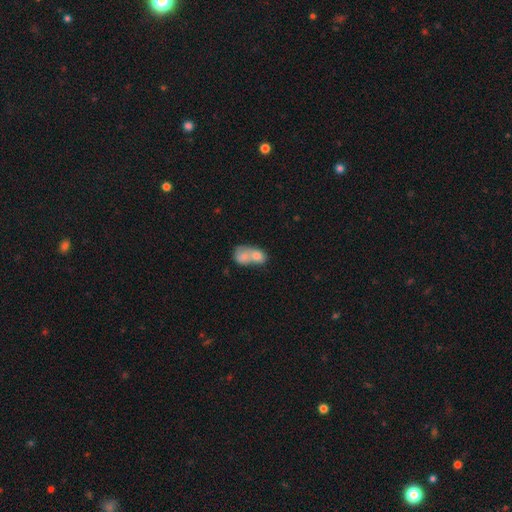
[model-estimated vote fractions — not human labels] Smooth or featured? Predicted: smooth (p=0.70). How rounded? Predicted: in between (p=0.68). Merging? Predicted: merger (p=0.76).